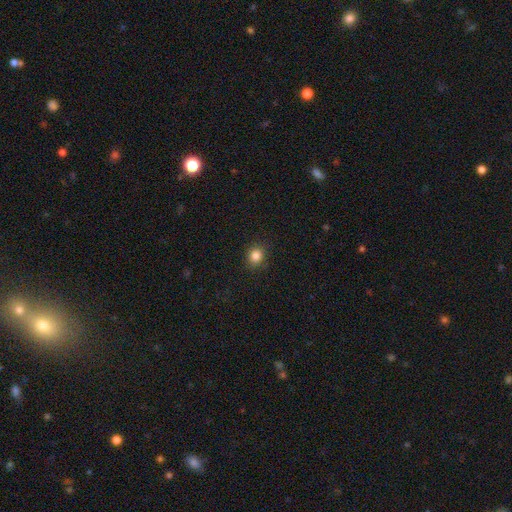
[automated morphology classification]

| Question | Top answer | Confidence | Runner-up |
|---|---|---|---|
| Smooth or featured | smooth | 84% | star or artifact (11%) |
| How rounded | round | 78% | in between (21%) |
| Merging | none | 89% | minor disturbance (7%) |